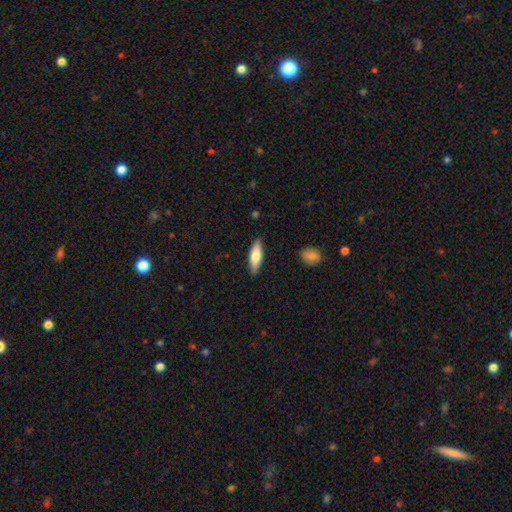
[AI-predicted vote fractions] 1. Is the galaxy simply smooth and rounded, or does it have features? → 71% smooth, 24% featured or disk, 5% star or artifact.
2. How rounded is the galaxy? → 49% cigar-shaped (tied), 49% in between (tied), 2% round.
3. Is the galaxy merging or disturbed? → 86% none, 10% minor disturbance, 2% major disturbance, 1% merger.